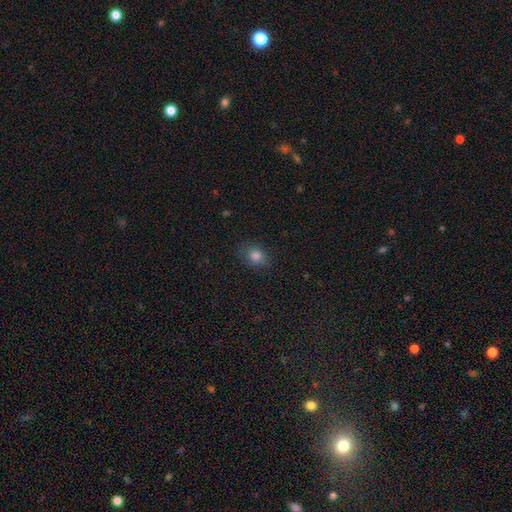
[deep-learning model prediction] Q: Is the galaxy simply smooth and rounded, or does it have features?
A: smooth — 81%.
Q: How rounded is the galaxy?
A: in between — 54%.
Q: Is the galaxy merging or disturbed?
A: none — 83%.